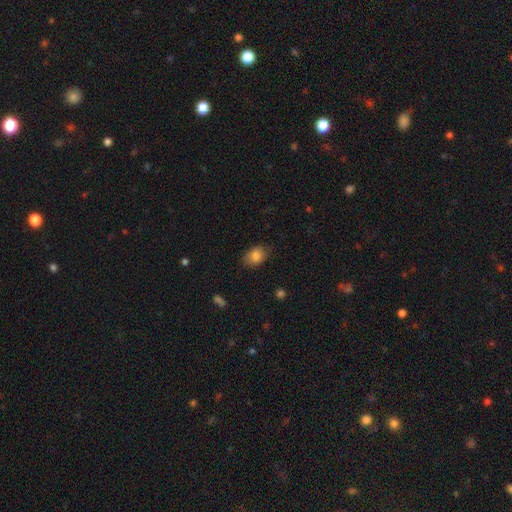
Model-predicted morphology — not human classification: The model was most divided on "merging": none: 77%, minor disturbance: 18%, major disturbance: 4%, merger: 1%. More confident: smooth or featured — smooth (83%); how rounded — in between (80%).